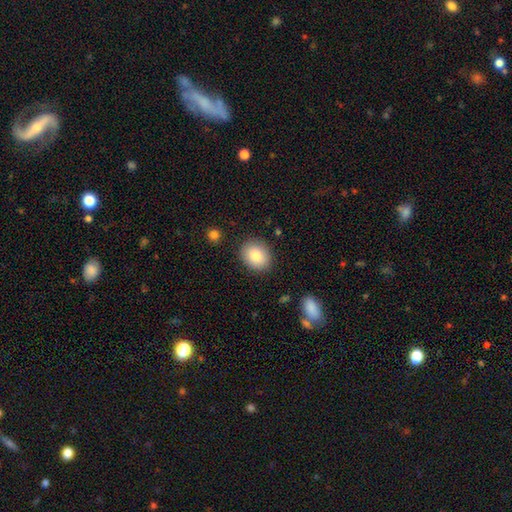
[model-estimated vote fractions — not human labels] A smooth galaxy with no disk features (84%) that is round (55%).

Vote fractions:
- Smooth or featured? smooth: 84% / featured or disk: 9% / star or artifact: 8%
- How rounded? round: 55% / in between: 44% / cigar-shaped: 1%
- Merging? none: 87% / minor disturbance: 9% / major disturbance: 3% / merger: 2%